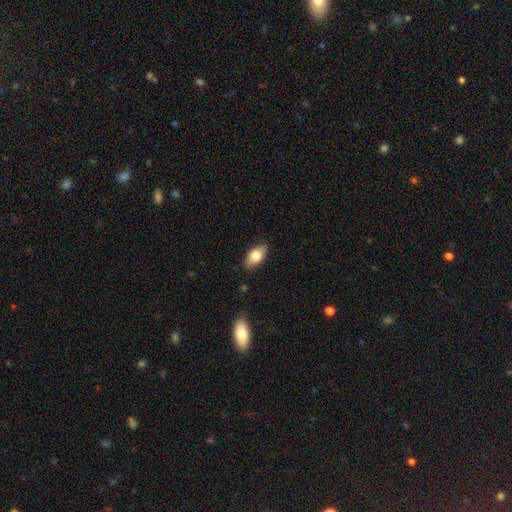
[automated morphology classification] Smooth or featured?
  - smooth: 78% *
  - featured or disk: 15%
  - star or artifact: 7%
How rounded?
  - in between: 90% *
  - round: 5%
  - cigar-shaped: 5%
Merging?
  - none: 85% *
  - minor disturbance: 11%
  - major disturbance: 2%
  - merger: 1%